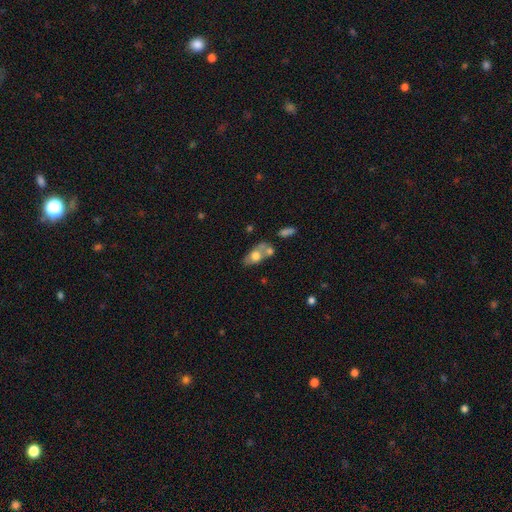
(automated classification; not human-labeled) Smooth or featured: smooth — 57% (featured or disk — 35%)
How rounded: in between — 83% (round — 10%)
Merging: merger — 39% (none — 38%)